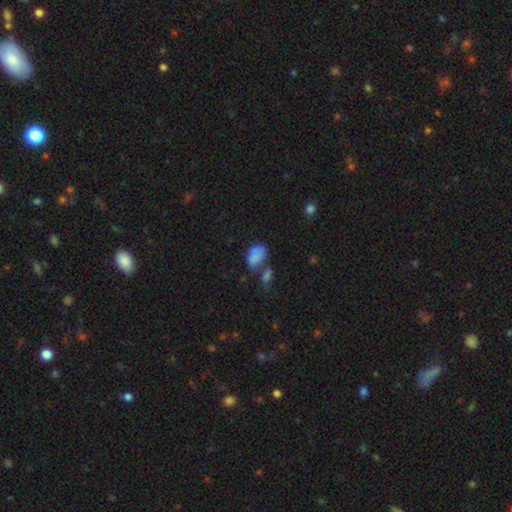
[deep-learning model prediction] Smooth or featured? smooth (72%)
How rounded? in between (88%)
Merging? merger (36%)